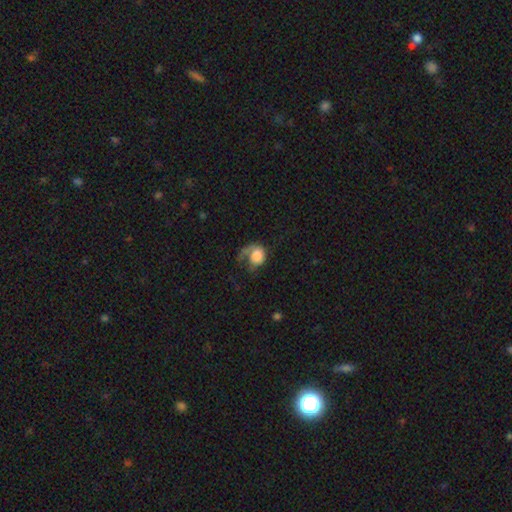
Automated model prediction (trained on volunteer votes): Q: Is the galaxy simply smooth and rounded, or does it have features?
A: smooth — 50%.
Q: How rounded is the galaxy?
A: round — 51%.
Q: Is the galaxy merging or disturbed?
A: major disturbance — 49%.